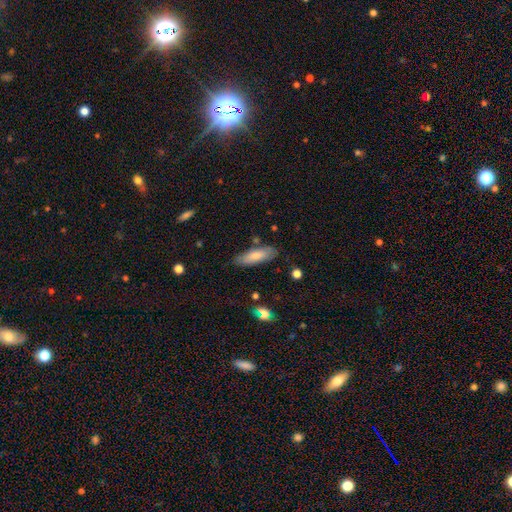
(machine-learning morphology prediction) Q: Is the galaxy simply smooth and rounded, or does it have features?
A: smooth — 75%.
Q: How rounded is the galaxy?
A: in between — 58%.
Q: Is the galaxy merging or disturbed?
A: none — 78%.